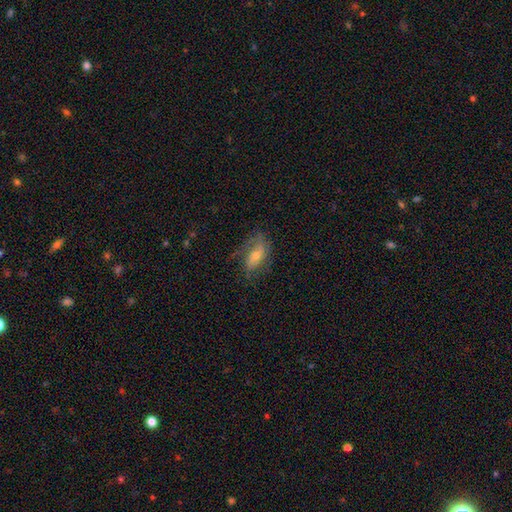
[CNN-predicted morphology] A featured or disk galaxy (63%) with no bar (48%), spiral arms (84%) and a moderate central bulge (50%).

Vote fractions:
- Smooth or featured? featured or disk: 63% / smooth: 27% / star or artifact: 10%
- Edge-on disk? no: 88% / yes: 12%
- Bar? no: 48% / weak: 33% / strong: 18%
- Spiral arms? yes: 84% / no: 16%
- Bulge size? moderate: 50% / small: 41% / large: 5% / none: 3% / dominant: 1%
- Merging? none: 59% / minor disturbance: 23% / major disturbance: 17% / merger: 2%